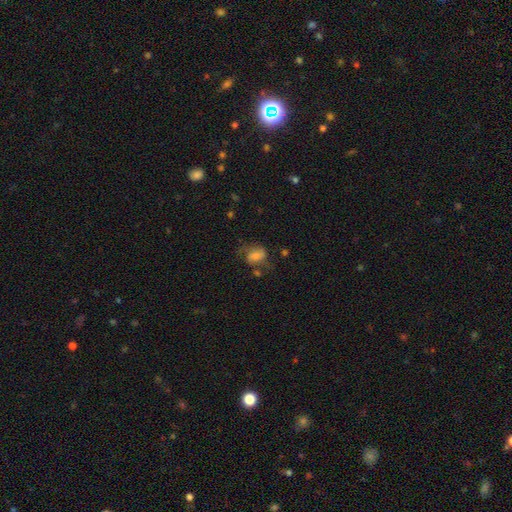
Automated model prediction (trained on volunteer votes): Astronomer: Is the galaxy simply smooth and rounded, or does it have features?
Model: smooth — 56% (runner-up: featured or disk, 34%).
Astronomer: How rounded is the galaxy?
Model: in between — 66%.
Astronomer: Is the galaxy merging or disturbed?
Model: none — 45% (runner-up: minor disturbance, 26%).